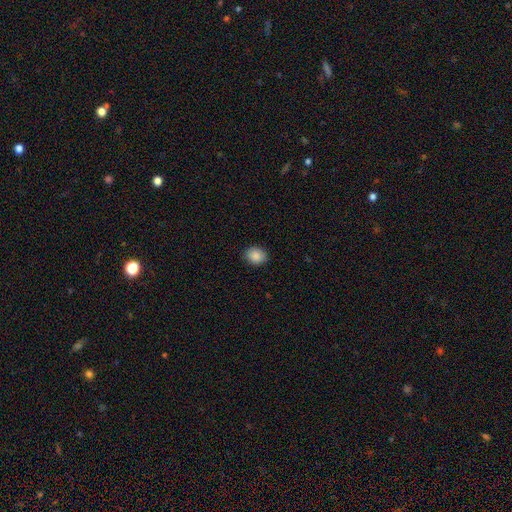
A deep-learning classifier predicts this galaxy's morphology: Smooth or featured? Predicted: smooth (p=0.88). How rounded? Predicted: round (p=0.54). Merging? Predicted: none (p=0.88).